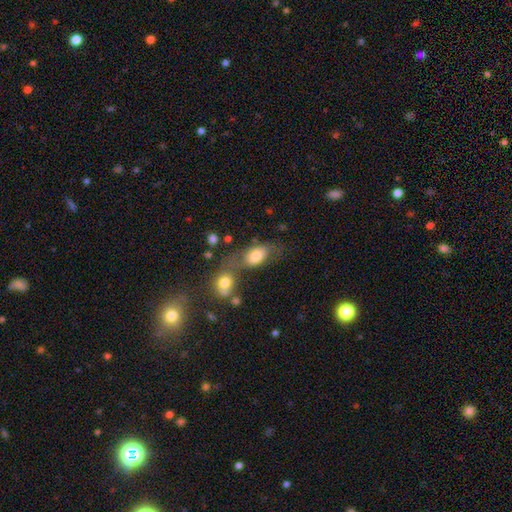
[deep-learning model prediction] Smooth or featured? smooth (75%)
How rounded? in between (85%)
Merging? merger (38%)